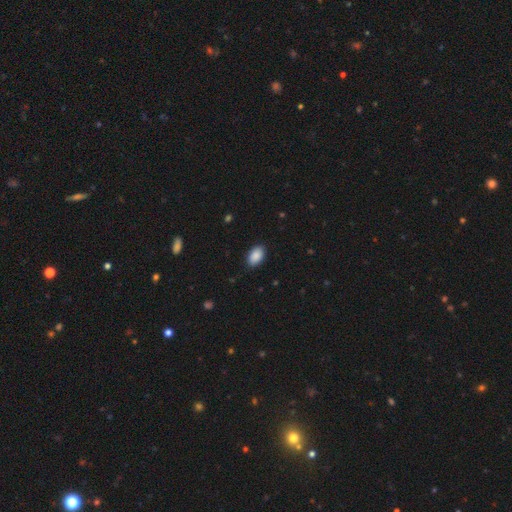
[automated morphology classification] Smooth or featured: smooth — 90% (star or artifact — 7%)
How rounded: in between — 91% (round — 7%)
Merging: none — 88% (minor disturbance — 9%)